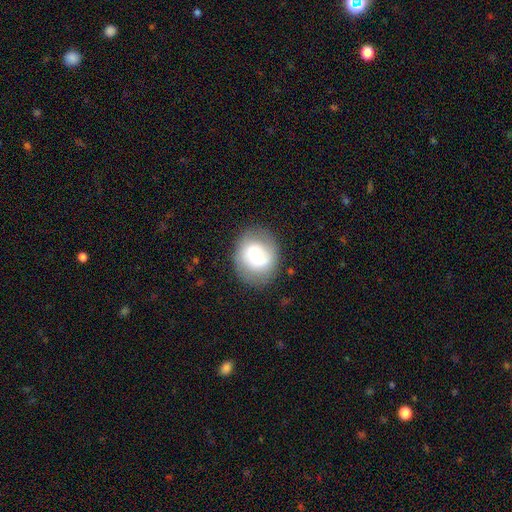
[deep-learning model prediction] A smooth galaxy with no disk features (50%) that is round (68%). Merging: none (77%).